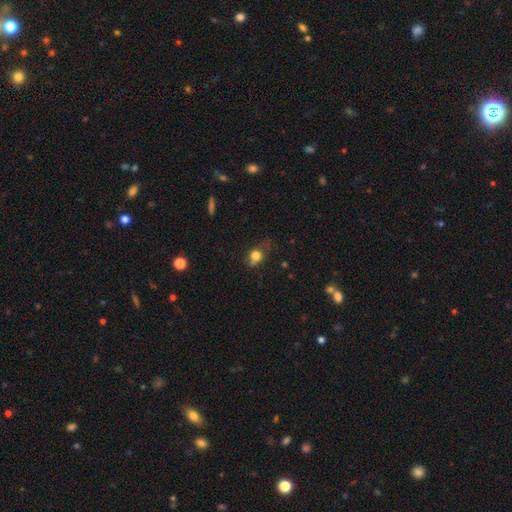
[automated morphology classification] smooth 72%, featured or disk 15%, star or artifact 13%. Down the decision tree: how rounded — round (55%); merging — none (46%).